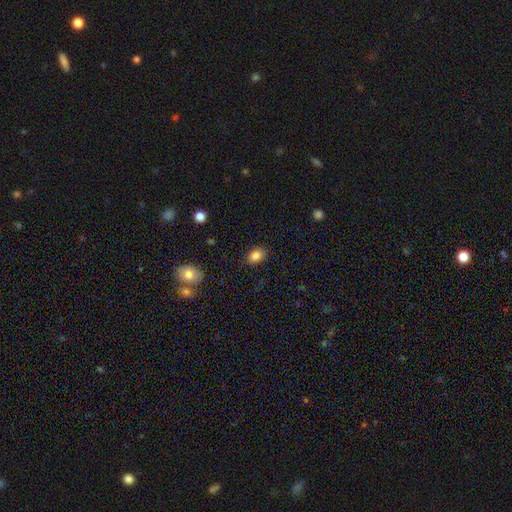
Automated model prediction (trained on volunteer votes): smooth-or-featured: smooth: 84% | star or artifact: 10% | featured or disk: 6%
  how-rounded: in between: 78% | round: 20% | cigar-shaped: 1%
  merging: none: 82% | minor disturbance: 13% | major disturbance: 3% | merger: 2%